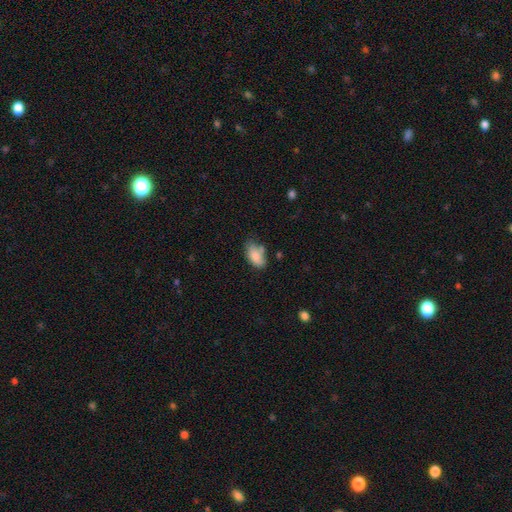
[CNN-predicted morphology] smooth_or_featured: smooth (p=0.82) [alt: featured or disk p=0.10]
how_rounded: in between (p=0.91) [alt: cigar-shaped p=0.05]
merging: none (p=0.55) [alt: minor disturbance p=0.28]